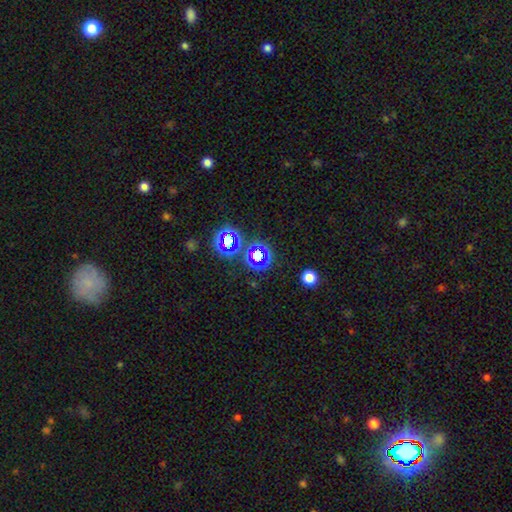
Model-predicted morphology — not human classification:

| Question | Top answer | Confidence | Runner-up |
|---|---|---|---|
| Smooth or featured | star or artifact | 67% | smooth (24%) |